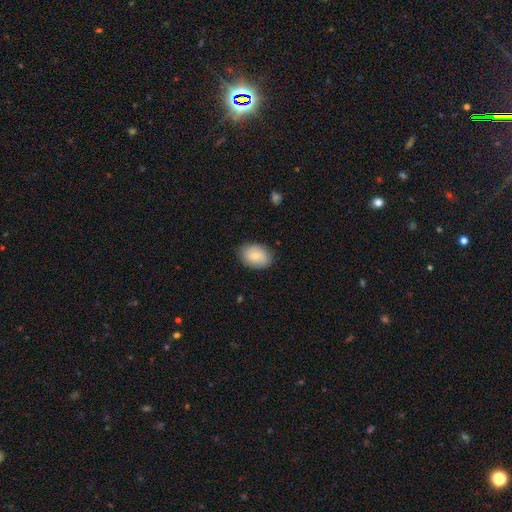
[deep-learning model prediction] smooth-or-featured: smooth: 78% | featured or disk: 16% | star or artifact: 7%
  how-rounded: in between: 78% | round: 21% | cigar-shaped: 1%
  merging: none: 84% | minor disturbance: 12% | major disturbance: 3% | merger: 1%